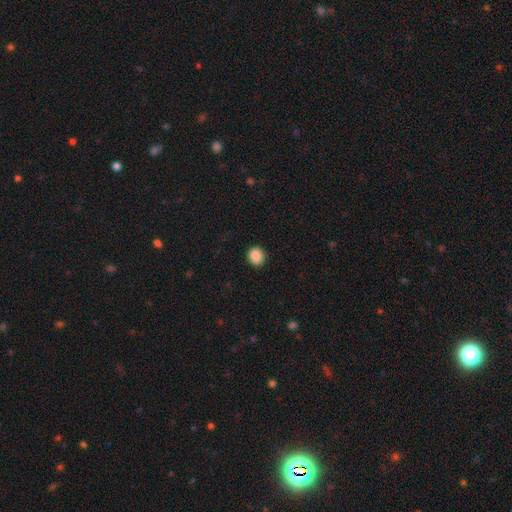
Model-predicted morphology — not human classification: Smooth or featured? smooth (87%)
How rounded? round (79%)
Merging? none (90%)